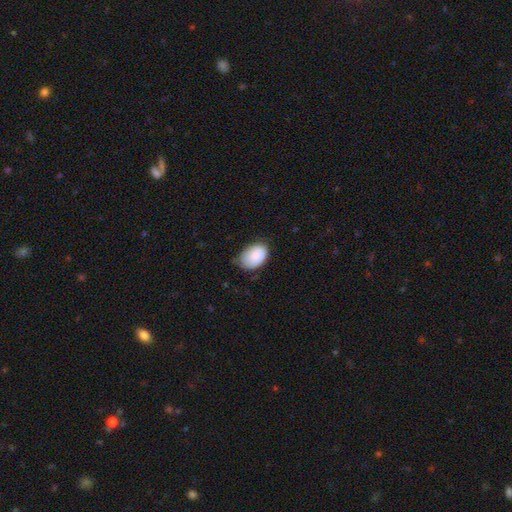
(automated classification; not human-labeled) This appears to be a smooth galaxy with no disk features (88%) that is in between round and cigar-shaped (88%). Merging: none (64%).